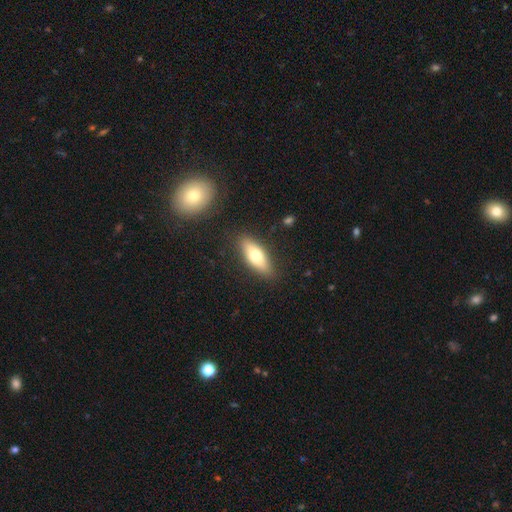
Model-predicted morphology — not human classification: Smooth or featured? Predicted: smooth (p=0.70). How rounded? Predicted: in between (p=0.69). Merging? Predicted: none (p=0.86).